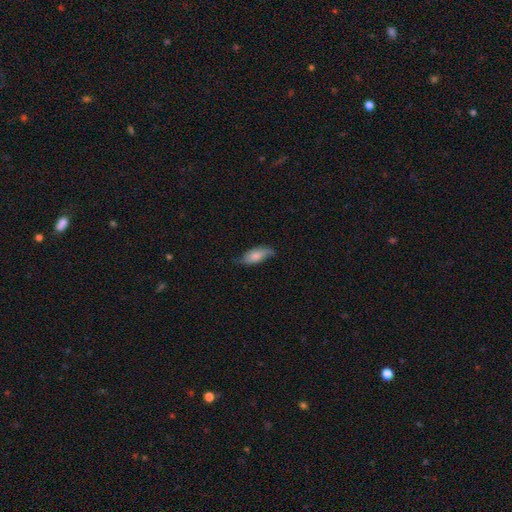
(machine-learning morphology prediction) Smooth or featured?
  - smooth: 65% *
  - featured or disk: 29%
  - star or artifact: 6%
How rounded?
  - in between: 78% *
  - cigar-shaped: 19%
  - round: 2%
Merging?
  - none: 60% *
  - minor disturbance: 31%
  - major disturbance: 7%
  - merger: 2%